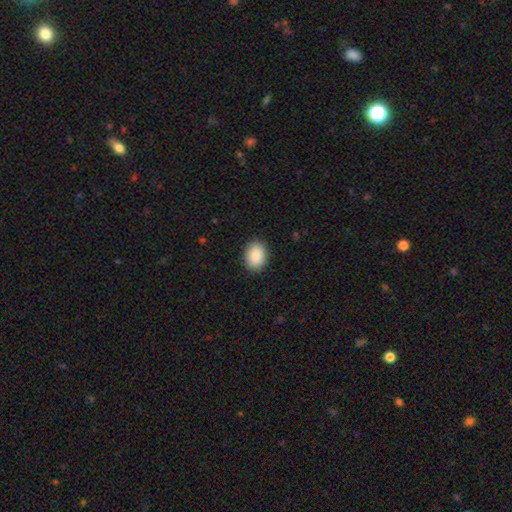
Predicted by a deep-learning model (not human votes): smooth-or-featured: smooth: 89% | star or artifact: 7% | featured or disk: 4%
  how-rounded: in between: 69% | round: 30% | cigar-shaped: 1%
  merging: none: 90% | minor disturbance: 7% | major disturbance: 2% | merger: 1%